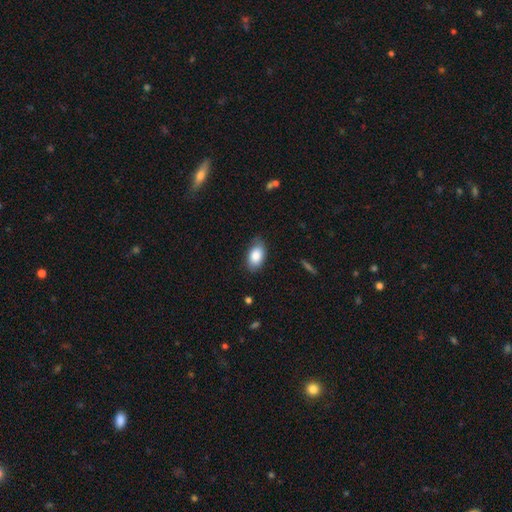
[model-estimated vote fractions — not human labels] smooth-or-featured: smooth: 84% | featured or disk: 9% | star or artifact: 6%
  how-rounded: in between: 93% | round: 5% | cigar-shaped: 2%
  merging: none: 78% | minor disturbance: 18% | major disturbance: 3% | merger: 1%